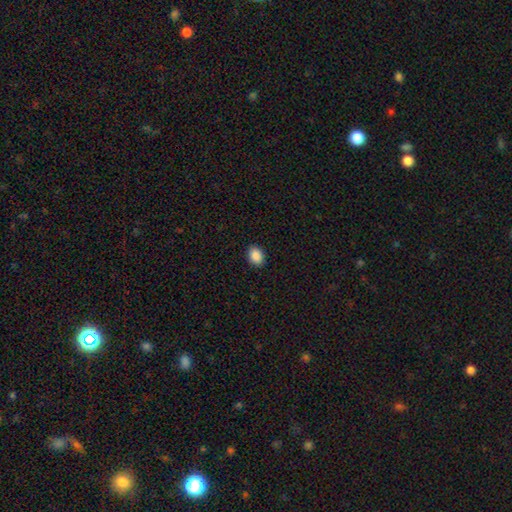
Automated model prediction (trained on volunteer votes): The model was most divided on "how rounded": in between: 73%, round: 26%, cigar-shaped: 1%. More confident: merging — none (90%); smooth or featured — smooth (89%).